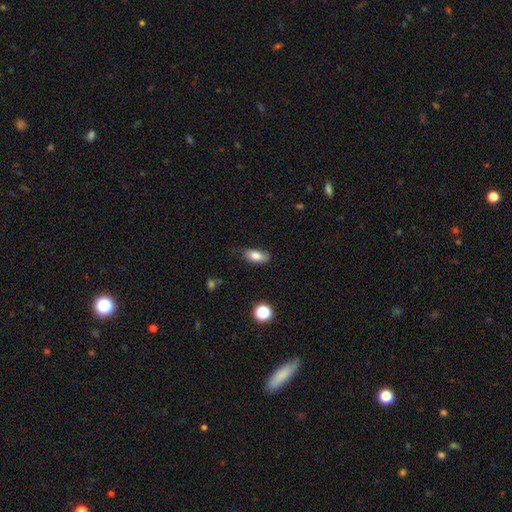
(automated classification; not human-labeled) The model was most divided on "merging": none: 74%, minor disturbance: 20%, major disturbance: 4%, merger: 1%. More confident: how rounded — in between (85%); smooth or featured — smooth (82%).